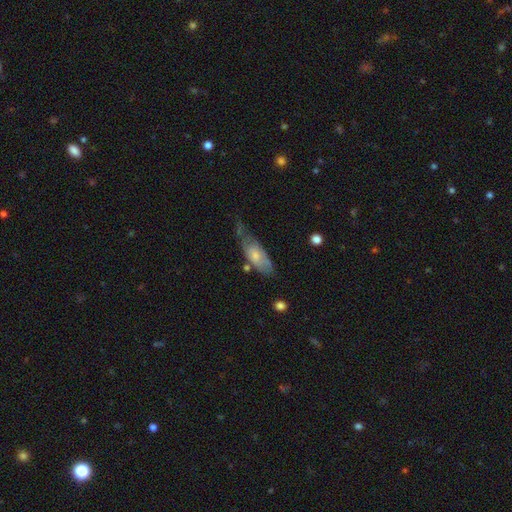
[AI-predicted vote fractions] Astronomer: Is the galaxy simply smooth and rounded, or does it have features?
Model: smooth — 61%.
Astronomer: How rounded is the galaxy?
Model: in between — 80%.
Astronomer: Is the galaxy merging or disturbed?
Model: minor disturbance — 37% (runner-up: none, 32%).